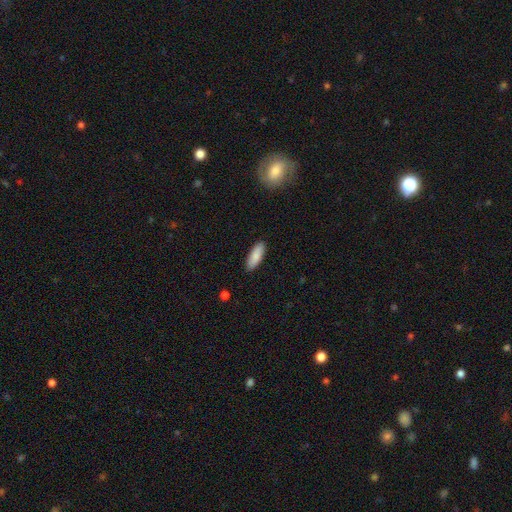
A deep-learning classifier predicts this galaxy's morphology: Smooth or featured?
  - smooth: 86% *
  - featured or disk: 8%
  - star or artifact: 6%
How rounded?
  - in between: 62% *
  - cigar-shaped: 36%
  - round: 2%
Merging?
  - none: 90% *
  - minor disturbance: 8%
  - major disturbance: 2%
  - merger: 1%